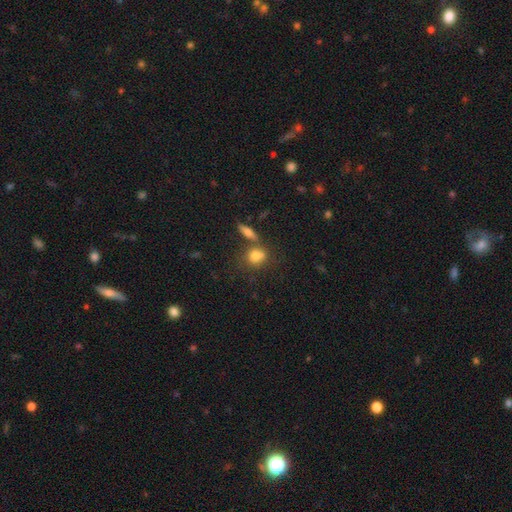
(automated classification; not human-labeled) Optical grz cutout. It shows a smooth galaxy with no disk features (75%) that is round (59%). Merging: none (52%).